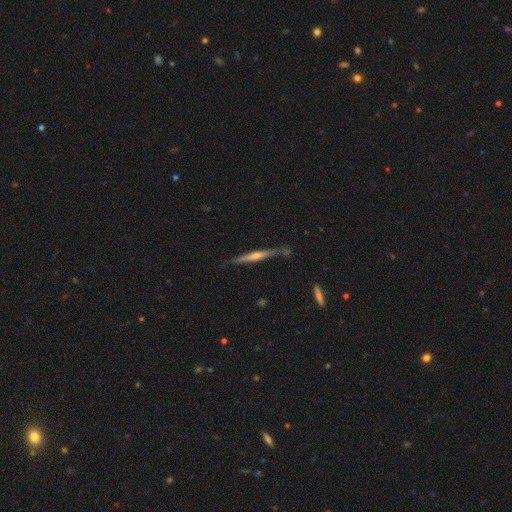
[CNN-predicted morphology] The model was most divided on "edge-on bulge": rounded: 67%, none: 21%, boxy: 12%. More confident: edge-on disk — yes (98%); merging — none (82%); smooth or featured — featured or disk (77%).